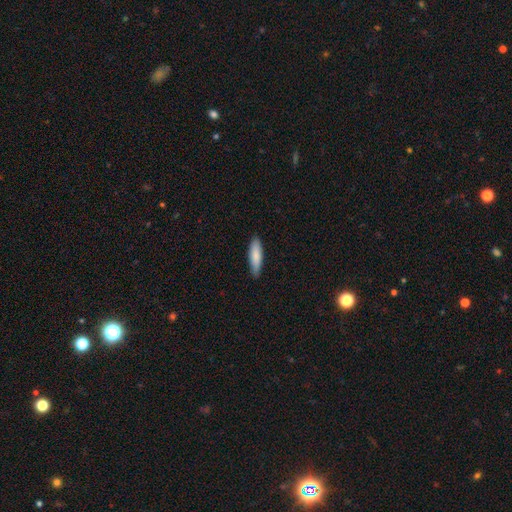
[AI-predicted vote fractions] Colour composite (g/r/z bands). It shows a smooth galaxy with no disk features (84%) that is cigar-shaped (64%). Merging: none (85%).